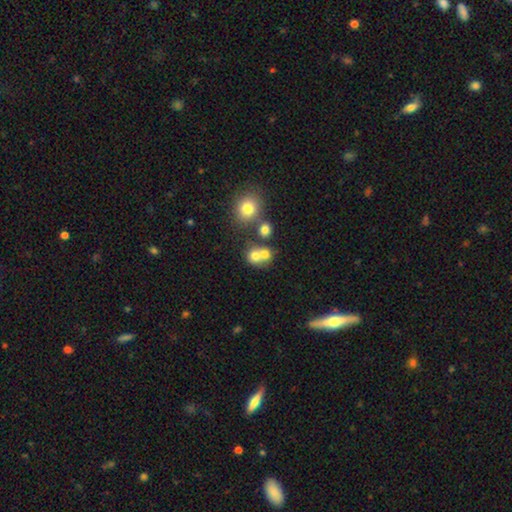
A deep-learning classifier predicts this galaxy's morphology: The model was most divided on "merging": merger: 51%, none: 37%, minor disturbance: 8%, major disturbance: 4%. More confident: how rounded — round (76%); smooth or featured — smooth (71%).